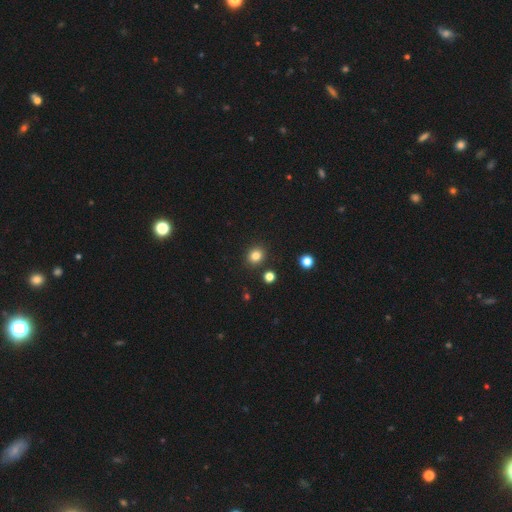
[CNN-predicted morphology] Smooth or featured? Predicted: smooth (p=0.82). How rounded? Predicted: round (p=0.78). Merging? Predicted: none (p=0.88).